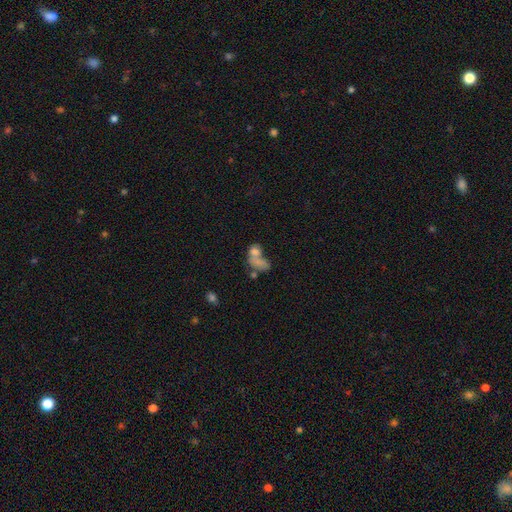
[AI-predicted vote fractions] A smooth galaxy with no disk features (67%) that is in between round and cigar-shaped (77%).

Vote fractions:
- Smooth or featured? smooth: 67% / featured or disk: 21% / star or artifact: 12%
- How rounded? in between: 77% / round: 20% / cigar-shaped: 4%
- Merging? merger: 60% / none: 18% / major disturbance: 13% / minor disturbance: 9%